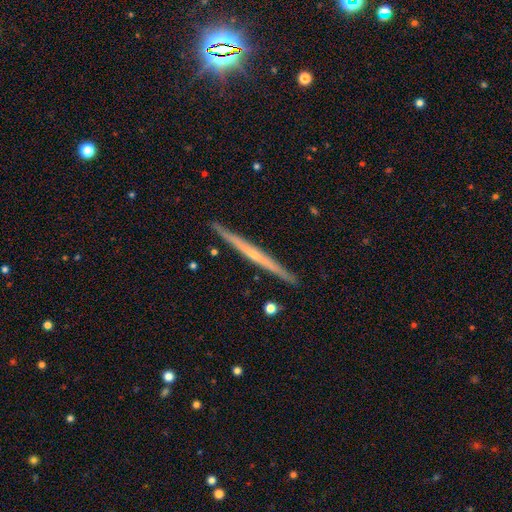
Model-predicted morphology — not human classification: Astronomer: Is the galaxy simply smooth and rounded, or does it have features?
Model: featured or disk — 70%.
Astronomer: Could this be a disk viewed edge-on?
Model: yes — 98%.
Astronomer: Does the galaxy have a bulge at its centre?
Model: none — 61% (runner-up: rounded, 36%).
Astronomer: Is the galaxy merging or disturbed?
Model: none — 91%.